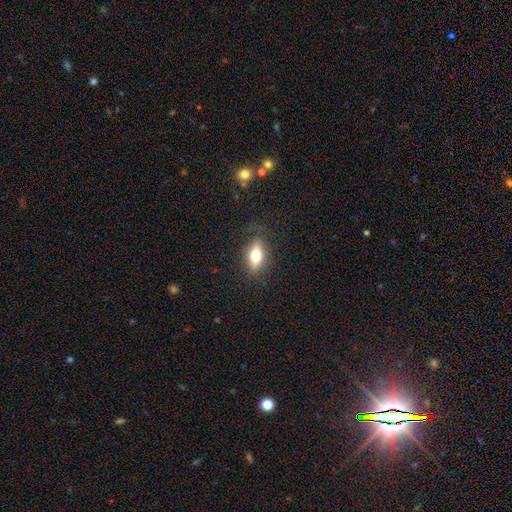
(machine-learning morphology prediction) Smooth or featured: smooth — 63% (featured or disk — 29%)
How rounded: in between — 76% (cigar-shaped — 15%)
Merging: none — 80% (minor disturbance — 14%)